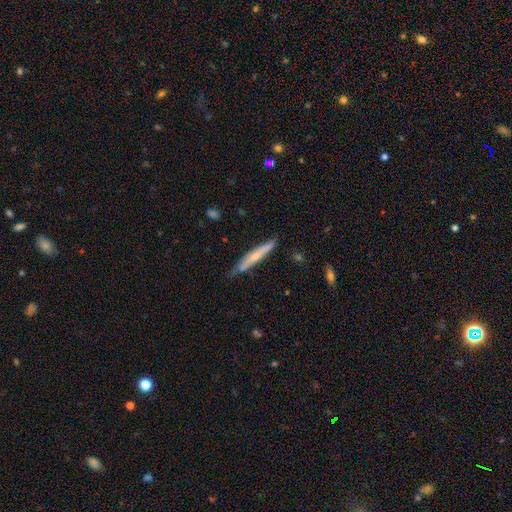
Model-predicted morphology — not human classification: Smooth or featured? smooth (48%)
Merging? none (77%)